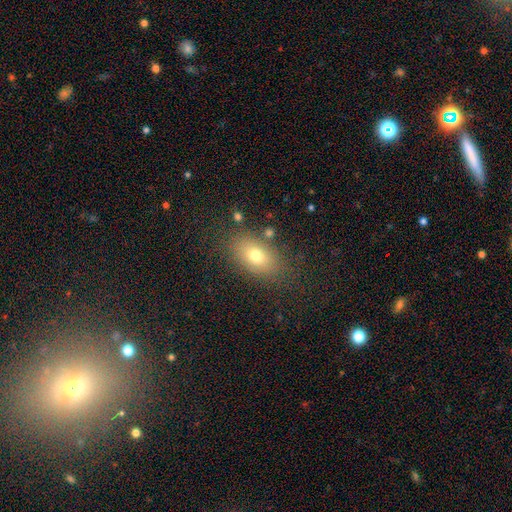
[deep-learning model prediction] Q: Smooth or featured?
A: smooth (73%); runner-up: featured or disk (16%)
Q: How rounded?
A: in between (85%); runner-up: round (12%)
Q: Merging?
A: none (80%); runner-up: minor disturbance (12%)